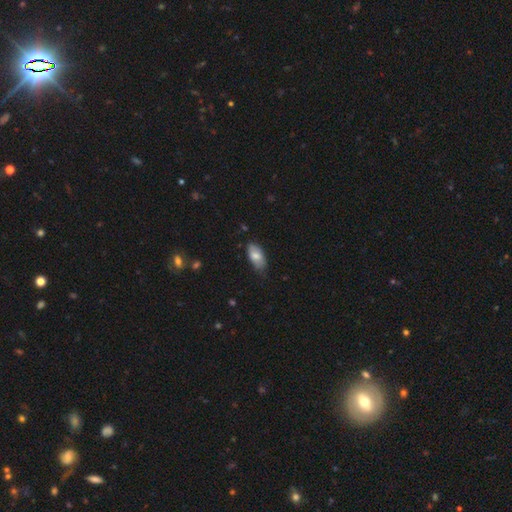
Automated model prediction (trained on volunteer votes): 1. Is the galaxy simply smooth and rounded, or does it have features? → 76% smooth, 17% featured or disk, 7% star or artifact.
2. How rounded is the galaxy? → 91% in between, 6% cigar-shaped, 3% round.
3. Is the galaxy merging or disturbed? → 68% none, 27% minor disturbance, 4% major disturbance, 1% merger.